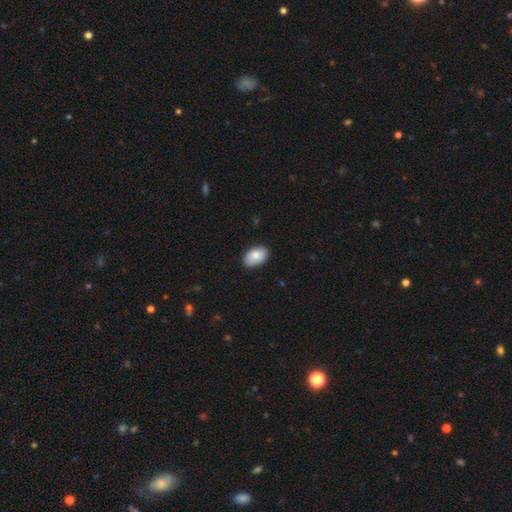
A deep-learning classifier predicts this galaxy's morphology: A smooth galaxy with no disk features (84%) that is in between round and cigar-shaped (90%). Merging: none (85%).